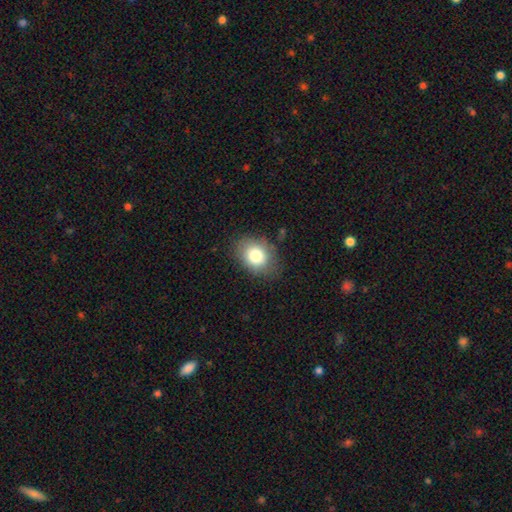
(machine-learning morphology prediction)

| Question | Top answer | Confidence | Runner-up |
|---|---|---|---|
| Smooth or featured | smooth | 81% | featured or disk (10%) |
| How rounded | in between | 61% | round (38%) |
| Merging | none | 78% | minor disturbance (16%) |